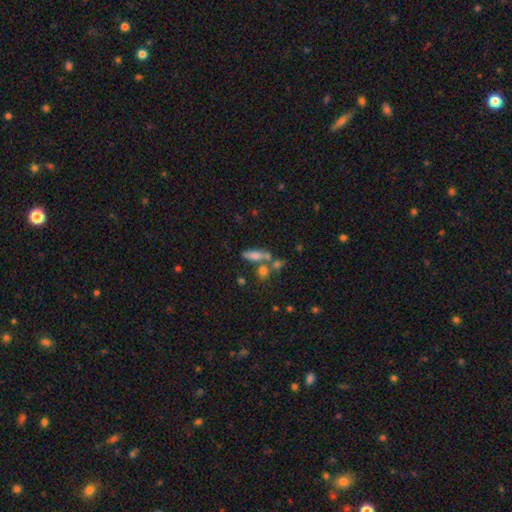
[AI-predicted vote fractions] smooth-or-featured: smooth: 66% | featured or disk: 22% | star or artifact: 12%
  how-rounded: in between: 55% | cigar-shaped: 39% | round: 7%
  merging: none: 45% | merger: 32% | minor disturbance: 14% | major disturbance: 9%